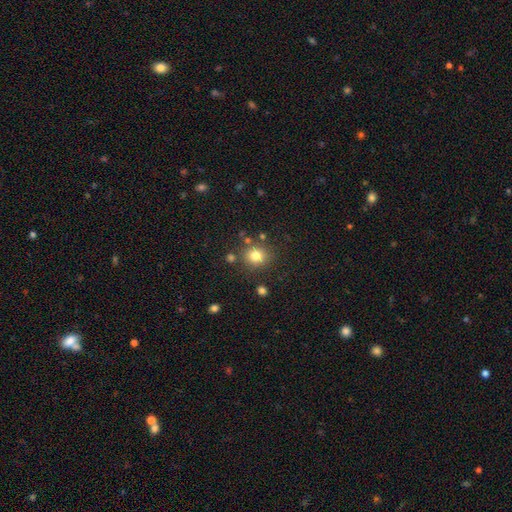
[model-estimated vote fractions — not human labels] Q: Smooth or featured?
A: smooth (80%); runner-up: star or artifact (13%)
Q: How rounded?
A: round (84%); runner-up: in between (15%)
Q: Merging?
A: none (81%); runner-up: minor disturbance (10%)